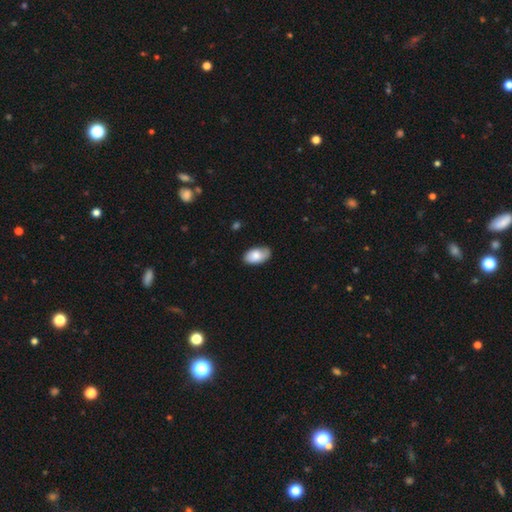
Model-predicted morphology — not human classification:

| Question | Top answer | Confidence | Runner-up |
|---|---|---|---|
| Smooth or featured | smooth | 80% | featured or disk (14%) |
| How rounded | in between | 94% | round (4%) |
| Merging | none | 72% | minor disturbance (23%) |